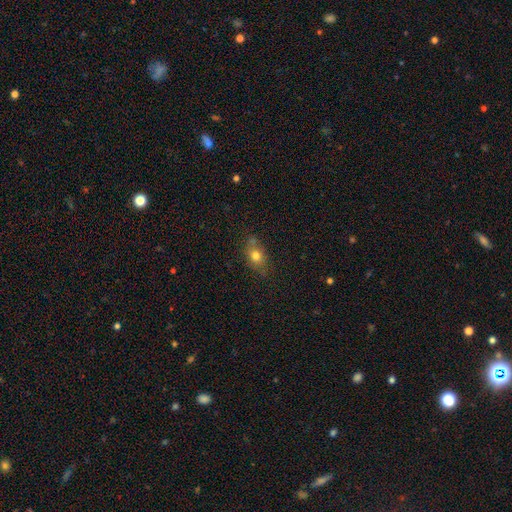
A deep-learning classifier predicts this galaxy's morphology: Q: Smooth or featured?
A: smooth (76%); runner-up: featured or disk (13%)
Q: How rounded?
A: in between (64%); runner-up: round (34%)
Q: Merging?
A: none (66%); runner-up: minor disturbance (21%)